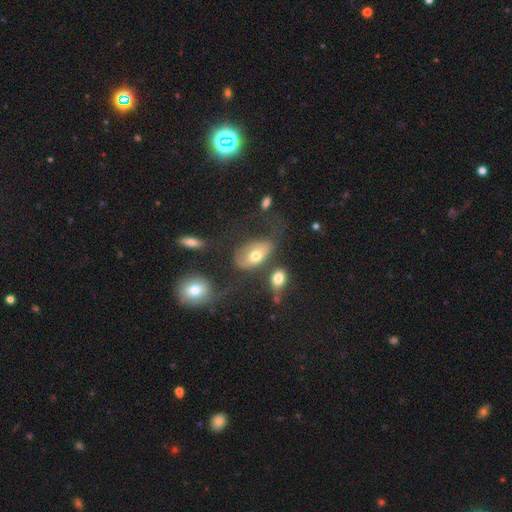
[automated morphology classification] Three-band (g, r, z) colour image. It shows a smooth galaxy with no disk features (57%) that is in between round and cigar-shaped (87%). Merging: none (35%).